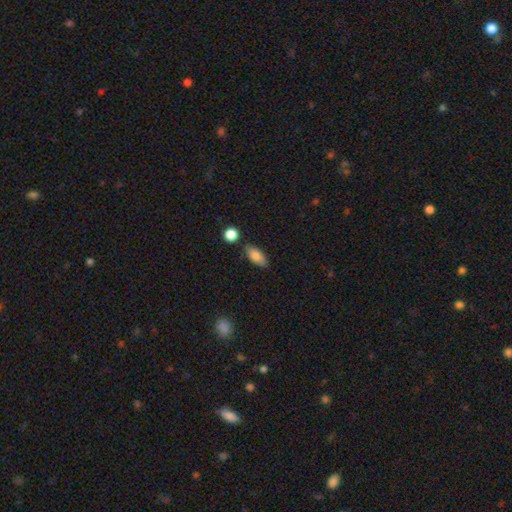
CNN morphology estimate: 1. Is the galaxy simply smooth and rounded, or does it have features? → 83% smooth, 10% featured or disk, 7% star or artifact.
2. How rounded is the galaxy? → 83% in between, 14% cigar-shaped, 4% round.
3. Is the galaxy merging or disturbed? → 79% none, 13% minor disturbance, 5% merger, 3% major disturbance.